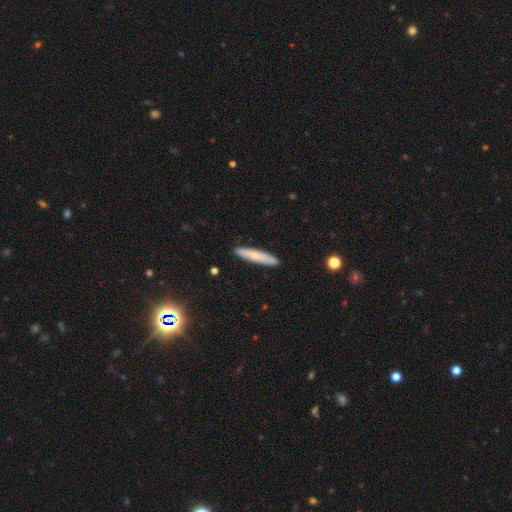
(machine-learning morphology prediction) A smooth galaxy with no disk features (67%) that is cigar-shaped (89%).

Vote fractions:
- Smooth or featured? smooth: 67% / featured or disk: 26% / star or artifact: 6%
- How rounded? cigar-shaped: 89% / in between: 10% / round: 1%
- Merging? none: 90% / minor disturbance: 8% / major disturbance: 1% / merger: 1%